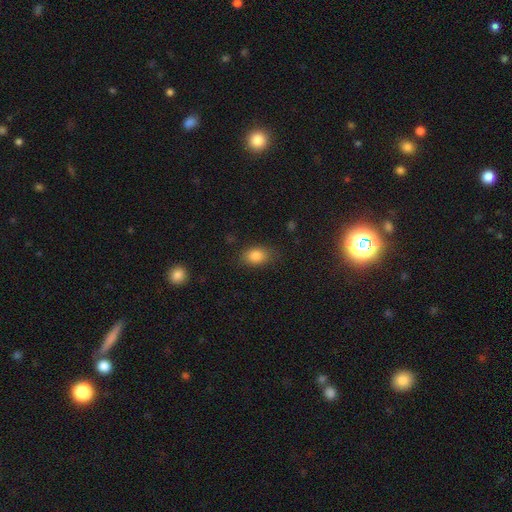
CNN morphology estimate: A smooth galaxy with no disk features (84%) that is in between round and cigar-shaped (81%).

Vote fractions:
- Smooth or featured? smooth: 84% / star or artifact: 10% / featured or disk: 6%
- How rounded? in between: 81% / round: 17% / cigar-shaped: 2%
- Merging? none: 80% / minor disturbance: 14% / major disturbance: 4% / merger: 1%